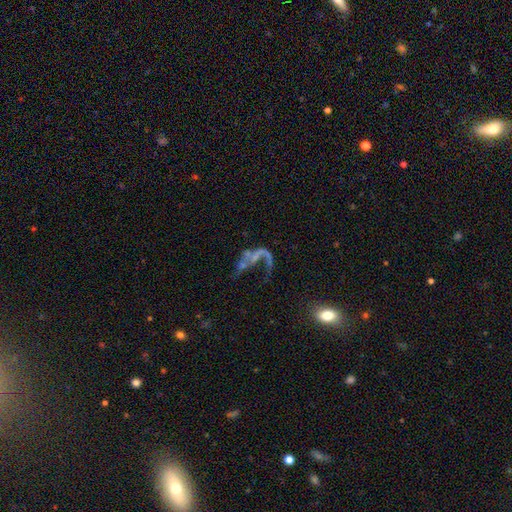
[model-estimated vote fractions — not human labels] Smooth or featured? Predicted: featured or disk (p=0.68). Edge-on disk? Predicted: no (p=0.96). Bar? Predicted: no (p=0.72). Spiral arms? Predicted: yes (p=0.53). Bulge size? Predicted: none (p=0.57). Merging? Predicted: major disturbance (p=0.44).